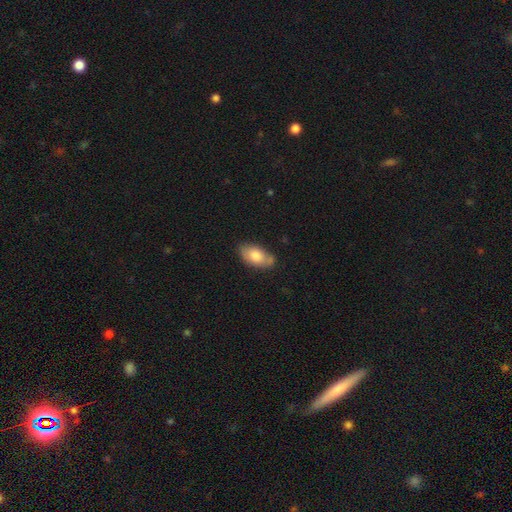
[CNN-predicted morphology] Smooth or featured? Predicted: smooth (p=0.77). How rounded? Predicted: in between (p=0.92). Merging? Predicted: none (p=0.64).